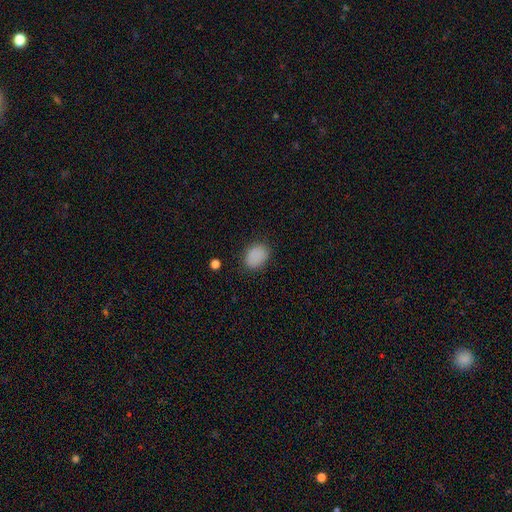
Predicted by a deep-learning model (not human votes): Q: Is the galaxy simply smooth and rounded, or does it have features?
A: smooth — 87%.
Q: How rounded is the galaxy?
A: in between — 67%.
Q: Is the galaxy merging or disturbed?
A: none — 82%.